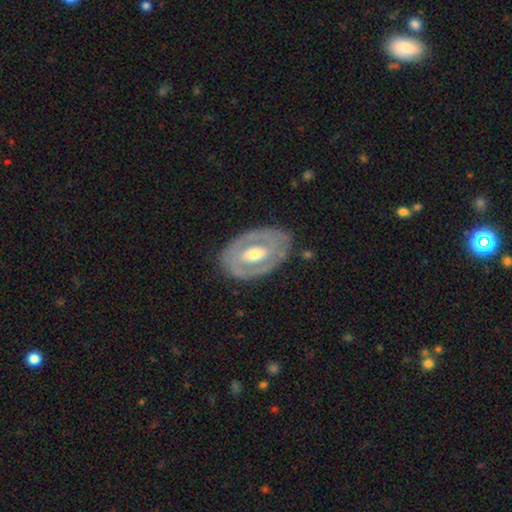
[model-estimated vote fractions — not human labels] smooth_or_featured: featured or disk (p=0.71) [alt: smooth p=0.24]
disk_edge_on: no (p=0.92) [alt: yes p=0.08]
bar: no (p=0.43) [alt: weak p=0.35]
has_spiral_arms: no (p=0.63) [alt: yes p=0.37]
bulge_size: moderate (p=0.70) [alt: small p=0.14]
merging: none (p=0.77) [alt: minor disturbance p=0.16]